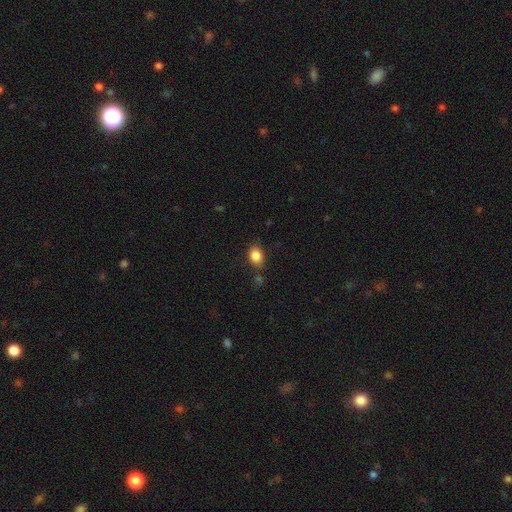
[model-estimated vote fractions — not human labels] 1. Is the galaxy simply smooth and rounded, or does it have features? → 85% smooth, 9% star or artifact, 5% featured or disk.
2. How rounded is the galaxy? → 72% in between, 27% round, 1% cigar-shaped.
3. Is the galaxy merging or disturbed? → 75% none, 15% minor disturbance, 5% merger, 4% major disturbance.